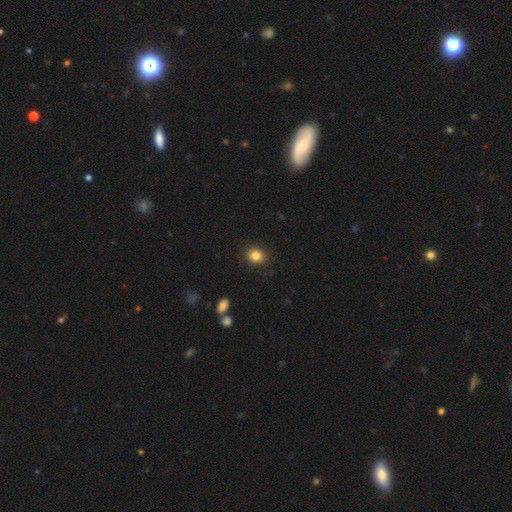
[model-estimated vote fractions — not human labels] Smooth or featured: smooth — 84% (star or artifact — 10%)
How rounded: round — 62% (in between — 37%)
Merging: none — 89% (minor disturbance — 7%)